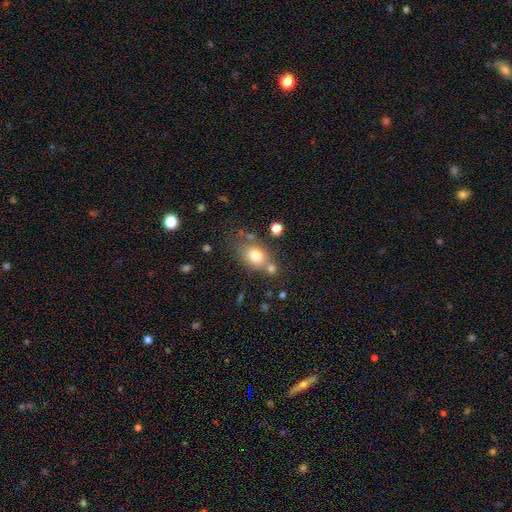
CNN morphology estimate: smooth 77%, featured or disk 12%, star or artifact 10%. Down the decision tree: how rounded — in between (64%); merging — none (56%).